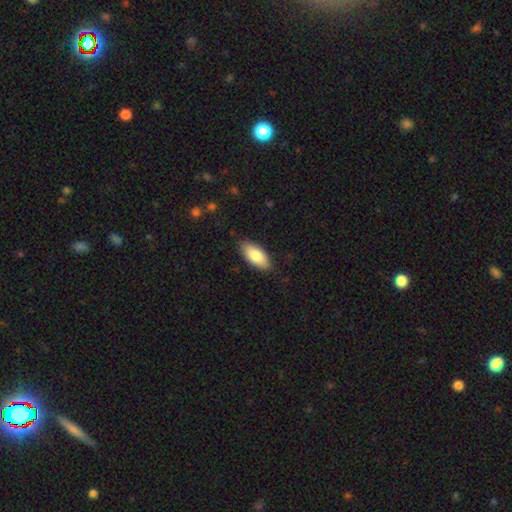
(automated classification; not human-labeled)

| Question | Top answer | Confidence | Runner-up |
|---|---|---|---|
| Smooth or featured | smooth | 84% | featured or disk (10%) |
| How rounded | in between | 87% | cigar-shaped (11%) |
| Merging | none | 84% | minor disturbance (12%) |